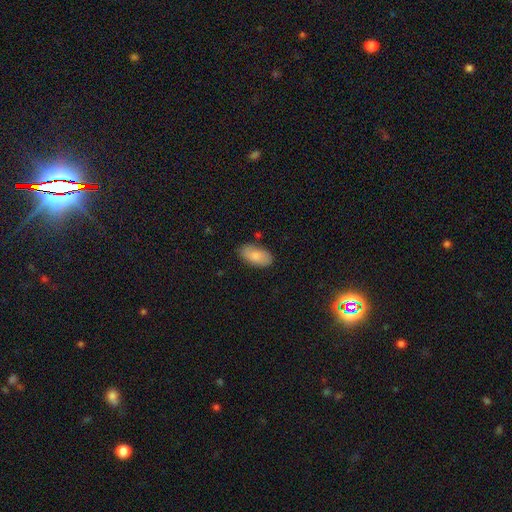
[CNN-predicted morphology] This is clearly a smooth galaxy (82%). How rounded: clearly in between (94%). Merging: clearly none (80%).